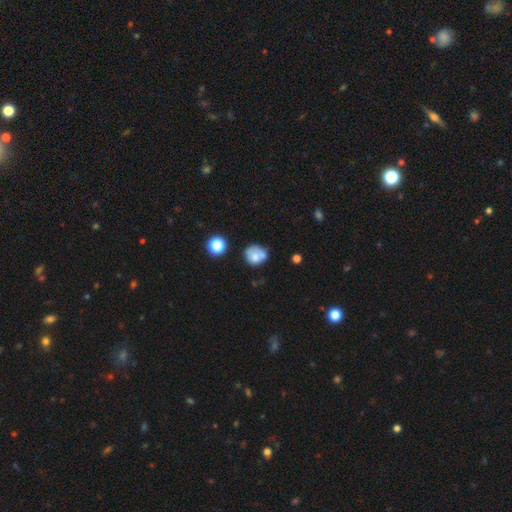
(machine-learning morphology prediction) smooth_or_featured: smooth (p=0.69) [alt: featured or disk p=0.20]
how_rounded: round (p=0.74) [alt: in between p=0.25]
merging: none (p=0.47) [alt: minor disturbance p=0.22]